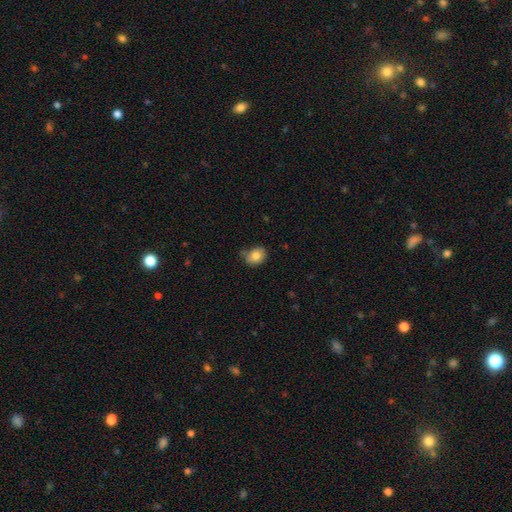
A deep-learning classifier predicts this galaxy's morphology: Smooth or featured? Predicted: smooth (p=0.82). How rounded? Predicted: round (p=0.56). Merging? Predicted: none (p=0.67).